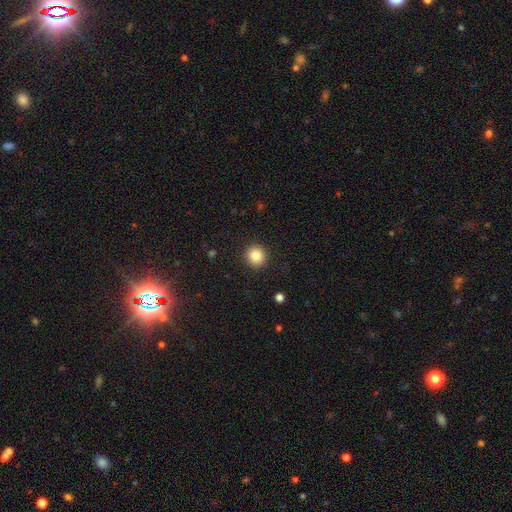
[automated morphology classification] A smooth galaxy with no disk features (85%) that is round (92%). Merging: none (92%).